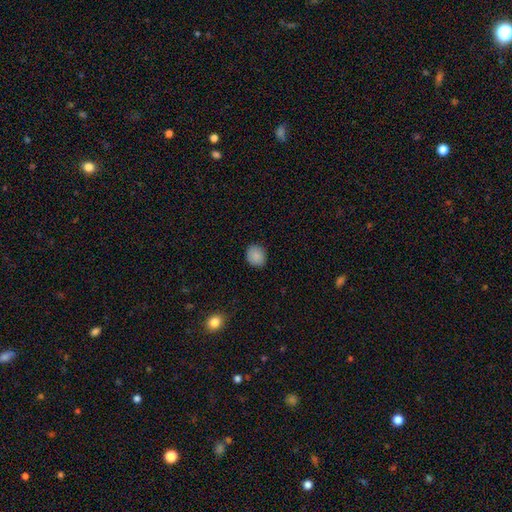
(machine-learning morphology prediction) smooth 88%, star or artifact 9%, featured or disk 3%. Down the decision tree: how rounded — round (72%); merging — none (89%).